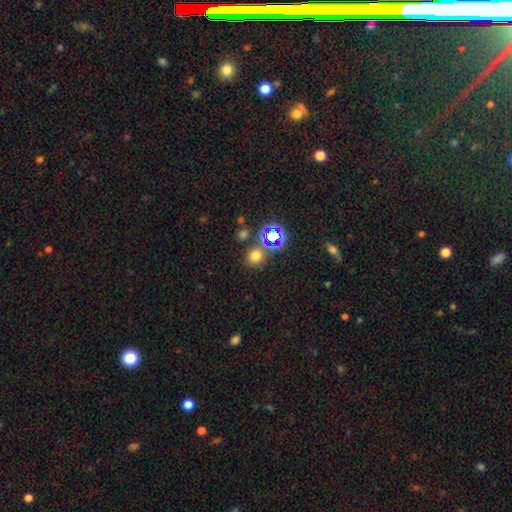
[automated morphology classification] type=smooth (64%); roundness=round (83%); merging=none (73%).